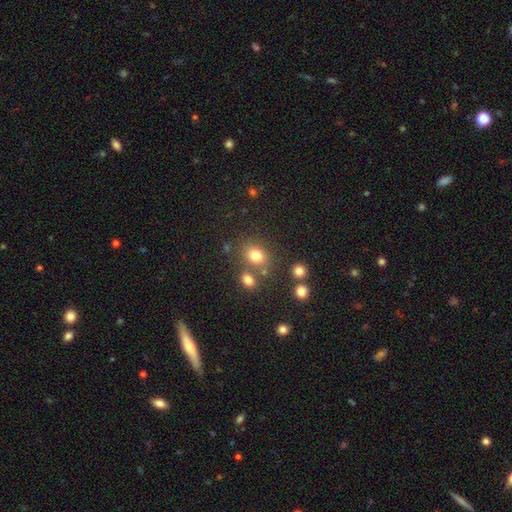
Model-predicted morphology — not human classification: Smooth or featured: smooth — 77% (star or artifact — 15%)
How rounded: round — 52% (in between — 46%)
Merging: none — 66% (merger — 16%)